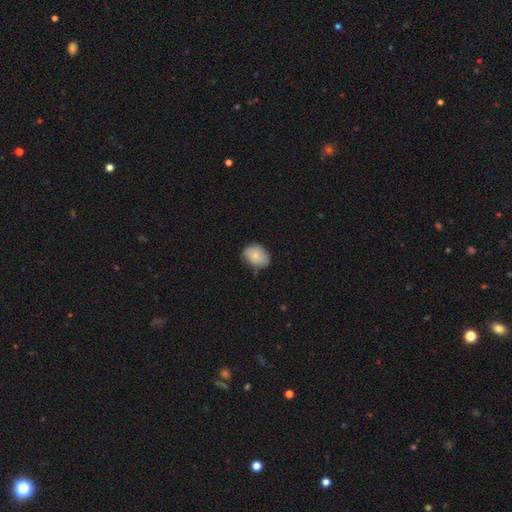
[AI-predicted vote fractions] A smooth galaxy with no disk features (76%) that is in between round and cigar-shaped (68%).

Vote fractions:
- Smooth or featured? smooth: 76% / featured or disk: 16% / star or artifact: 7%
- How rounded? in between: 68% / round: 31% / cigar-shaped: 1%
- Merging? none: 63% / minor disturbance: 30% / major disturbance: 5% / merger: 2%